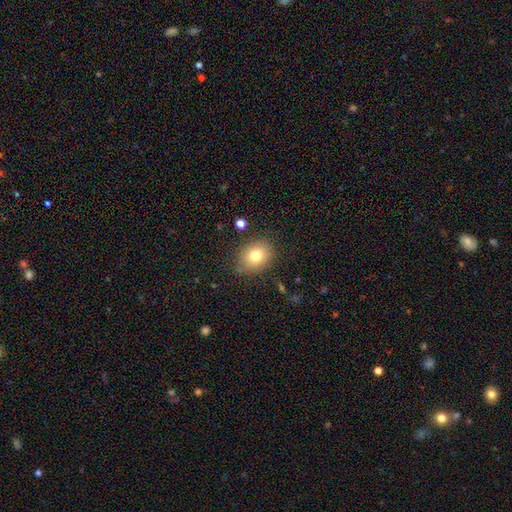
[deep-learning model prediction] smooth_or_featured: smooth (p=0.77) [alt: featured or disk p=0.12]
how_rounded: round (p=0.57) [alt: in between p=0.42]
merging: none (p=0.81) [alt: minor disturbance p=0.14]